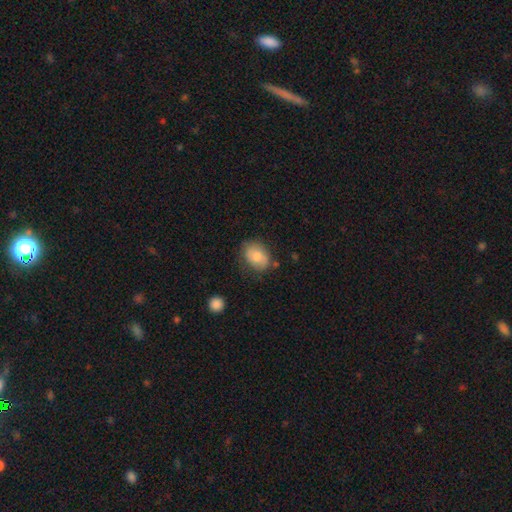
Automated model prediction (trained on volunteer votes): Overall: smooth (74%). How rounded: in between (69%; round 30%). Merging: none (72%).